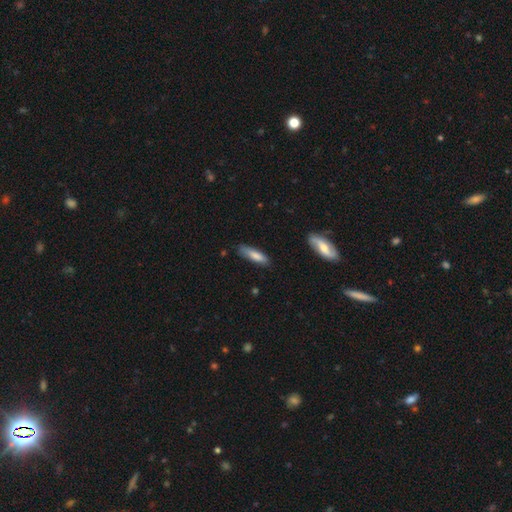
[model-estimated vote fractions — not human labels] Morphology: type=smooth (78%); roundness=cigar-shaped (64%); merging=none (75%).